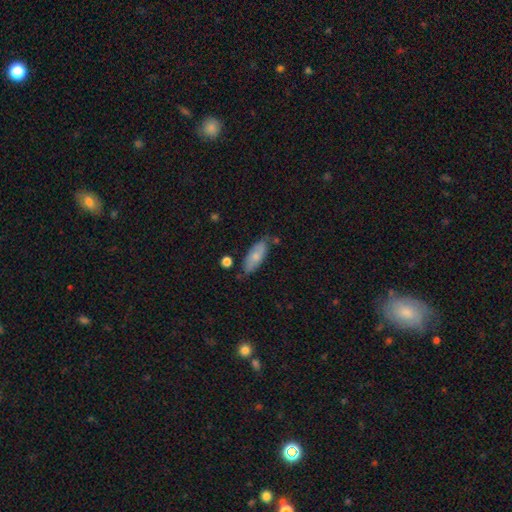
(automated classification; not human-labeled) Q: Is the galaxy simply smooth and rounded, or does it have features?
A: smooth — 67%.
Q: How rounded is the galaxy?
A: in between — 78%.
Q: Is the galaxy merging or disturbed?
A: none — 69%.